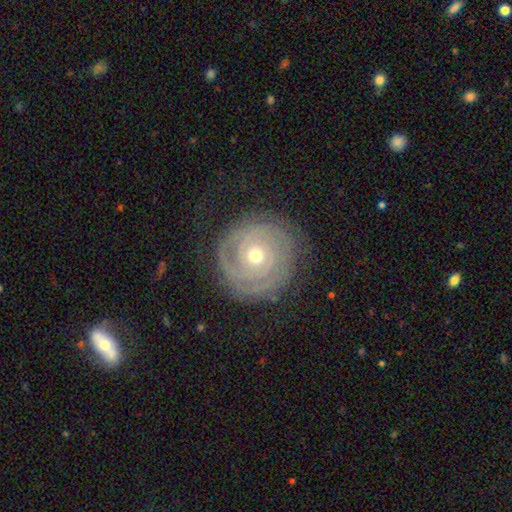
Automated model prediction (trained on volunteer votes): Smooth or featured? Predicted: featured or disk (p=0.77). Edge-on disk? Predicted: no (p=0.97). Bar? Predicted: no (p=0.84). Spiral arms? Predicted: yes (p=0.84). Spiral winding? Predicted: tight (p=0.84). Spiral arm count? Predicted: can't tell (p=0.40). Bulge size? Predicted: moderate (p=0.49). Merging? Predicted: none (p=0.80).